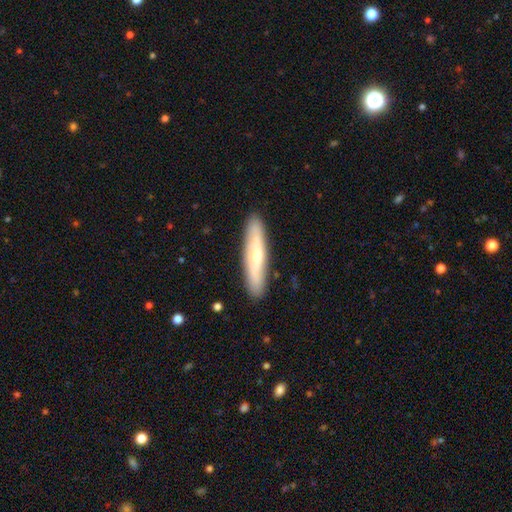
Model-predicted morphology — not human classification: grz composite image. It shows a smooth galaxy with no disk features (56%) that is cigar-shaped (87%). Merging: none (90%).